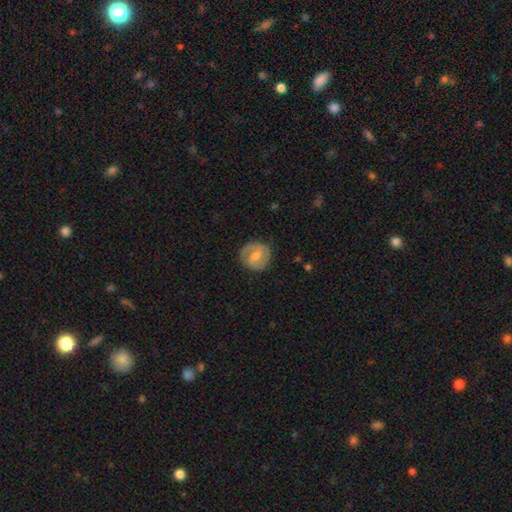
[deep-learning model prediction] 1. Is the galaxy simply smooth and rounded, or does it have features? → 57% featured or disk, 37% smooth, 6% star or artifact.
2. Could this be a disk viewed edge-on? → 97% no, 3% yes.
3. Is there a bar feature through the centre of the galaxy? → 51% weak, 27% strong, 23% no.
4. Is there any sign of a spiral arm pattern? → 76% yes, 24% no.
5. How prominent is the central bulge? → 56% moderate, 28% small, 8% large, 6% none, 1% dominant.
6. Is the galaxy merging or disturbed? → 81% none, 13% minor disturbance, 4% major disturbance, 1% merger.